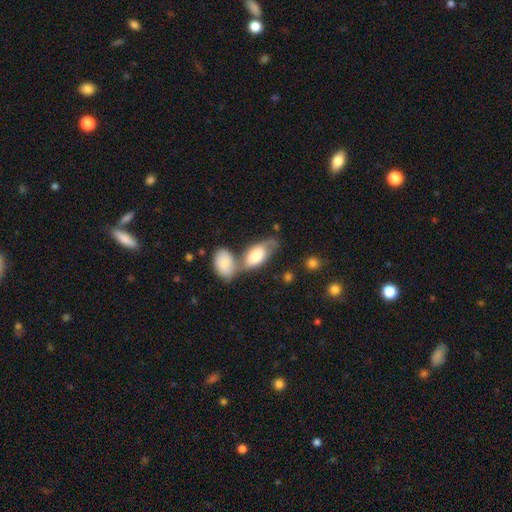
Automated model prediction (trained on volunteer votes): Smooth or featured?
  - smooth: 69% *
  - featured or disk: 26%
  - star or artifact: 5%
How rounded?
  - in between: 92% *
  - round: 4%
  - cigar-shaped: 4%
Merging?
  - merger: 44% *
  - none: 31%
  - minor disturbance: 17%
  - major disturbance: 9%